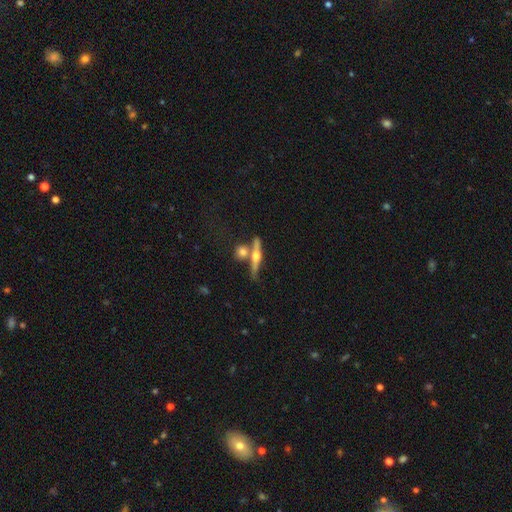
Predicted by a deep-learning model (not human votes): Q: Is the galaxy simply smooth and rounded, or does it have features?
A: featured or disk — 66%.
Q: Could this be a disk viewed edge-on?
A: yes — 94%.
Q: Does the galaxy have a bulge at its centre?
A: rounded — 93%.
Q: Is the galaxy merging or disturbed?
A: none — 61%.